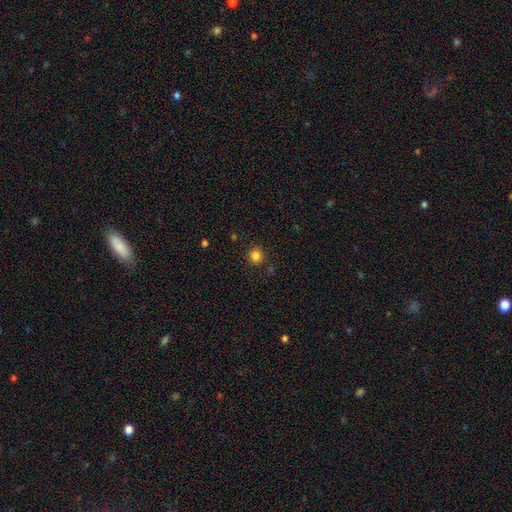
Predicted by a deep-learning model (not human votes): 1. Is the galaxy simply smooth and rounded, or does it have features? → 84% smooth, 13% star or artifact, 4% featured or disk.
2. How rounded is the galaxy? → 88% round, 11% in between, 1% cigar-shaped.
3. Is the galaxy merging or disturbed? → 87% none, 8% minor disturbance, 3% merger, 3% major disturbance.